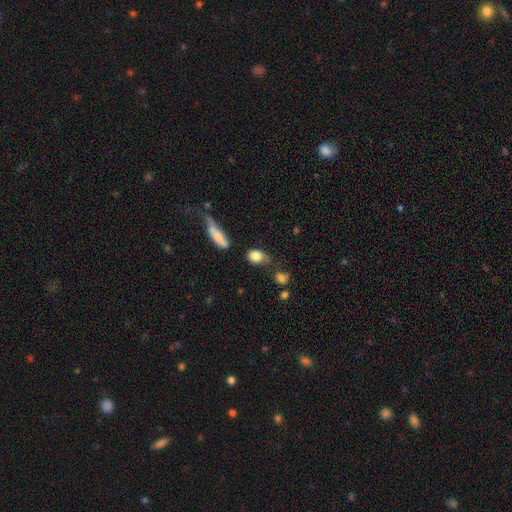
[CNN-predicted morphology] Smooth or featured: smooth — 83% (featured or disk — 9%)
How rounded: in between — 72% (round — 24%)
Merging: none — 43% (minor disturbance — 32%)